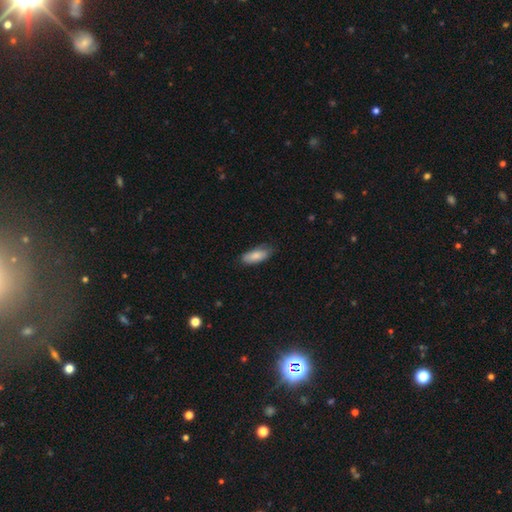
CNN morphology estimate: Q: Smooth or featured?
A: smooth (84%); runner-up: featured or disk (10%)
Q: How rounded?
A: in between (78%); runner-up: cigar-shaped (20%)
Q: Merging?
A: none (73%); runner-up: minor disturbance (21%)